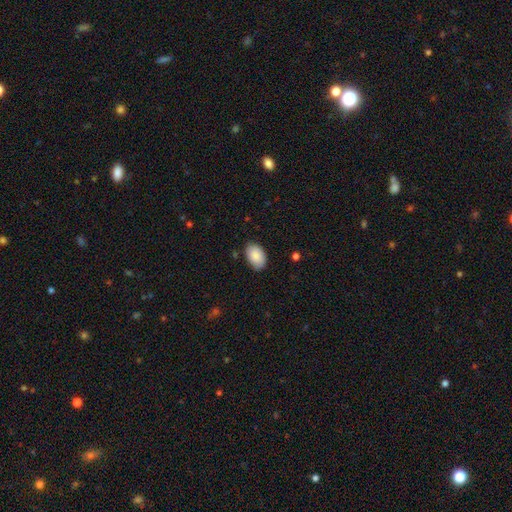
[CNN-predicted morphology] The model was most divided on "merging": none: 84%, minor disturbance: 12%, major disturbance: 2%, merger: 1%. More confident: how rounded — in between (92%); smooth or featured — smooth (89%).